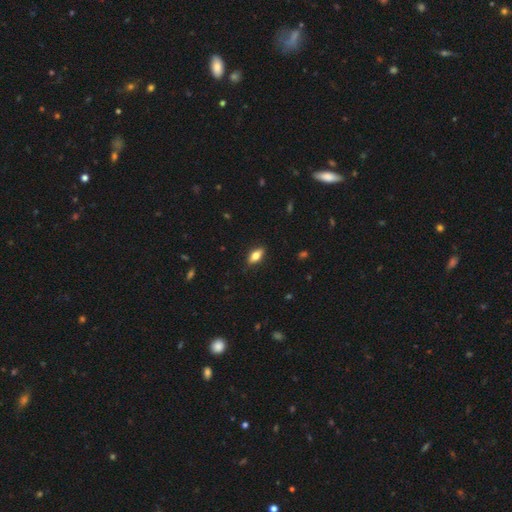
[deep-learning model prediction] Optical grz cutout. It shows a smooth galaxy with no disk features (70%) that is in between round and cigar-shaped (83%). Merging: none (87%).